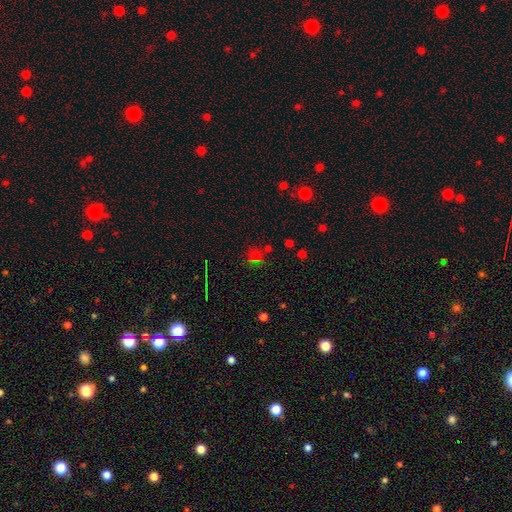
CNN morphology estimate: smooth_or_featured: star or artifact (p=0.49) [alt: smooth p=0.40]